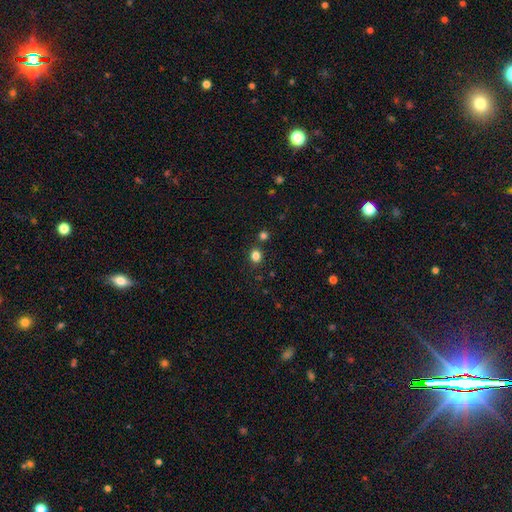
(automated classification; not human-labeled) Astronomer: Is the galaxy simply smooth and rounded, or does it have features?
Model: smooth — 81%.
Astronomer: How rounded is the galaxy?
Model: round — 73%.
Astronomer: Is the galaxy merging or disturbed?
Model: none — 83%.